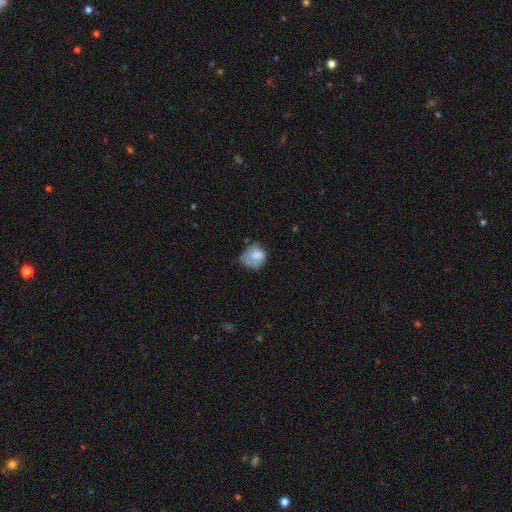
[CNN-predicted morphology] Smooth or featured: smooth — 68% (featured or disk — 23%)
How rounded: round — 60% (in between — 39%)
Merging: none — 39% (minor disturbance — 34%)